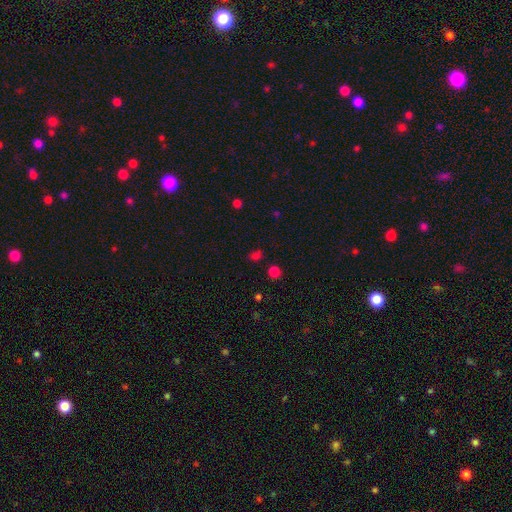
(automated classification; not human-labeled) This appears to be a smooth galaxy with no disk features (66%) that is round (62%). Merging: none (80%).